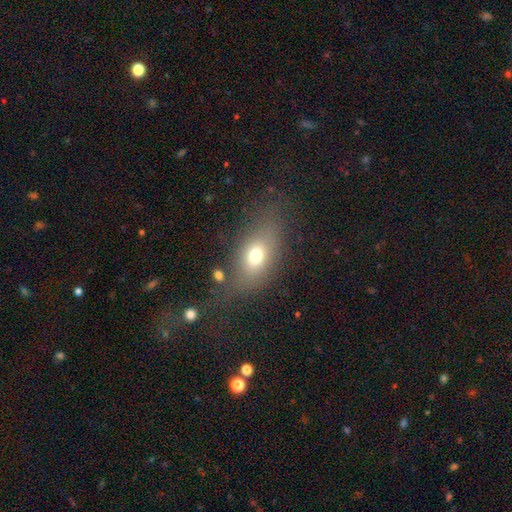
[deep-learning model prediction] smooth-or-featured: smooth: 68% | featured or disk: 19% | star or artifact: 12%
  how-rounded: in between: 76% | round: 16% | cigar-shaped: 9%
  merging: none: 65% | minor disturbance: 17% | major disturbance: 12% | merger: 5%